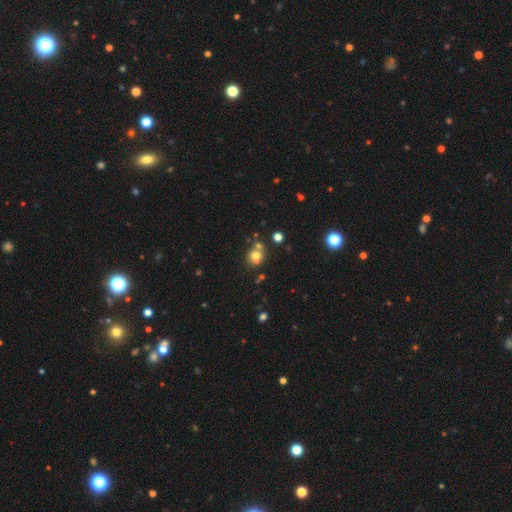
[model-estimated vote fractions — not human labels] smooth-or-featured: smooth: 68% | star or artifact: 17% | featured or disk: 14%
  how-rounded: round: 80% | in between: 19% | cigar-shaped: 1%
  merging: none: 53% | merger: 33% | minor disturbance: 10% | major disturbance: 4%